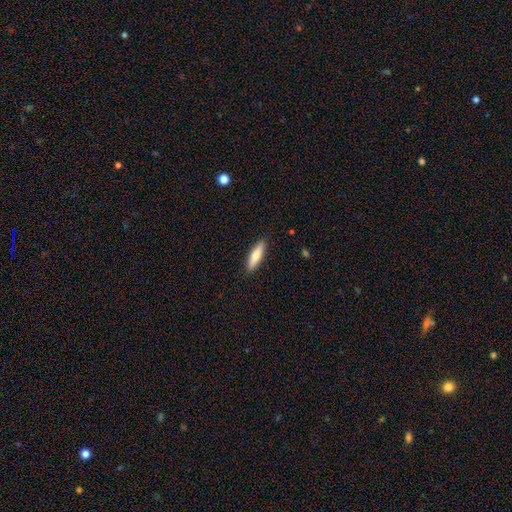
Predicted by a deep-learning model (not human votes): smooth-or-featured: smooth: 69% | featured or disk: 25% | star or artifact: 6%
  how-rounded: cigar-shaped: 72% | in between: 27% | round: 2%
  merging: none: 89% | minor disturbance: 8% | major disturbance: 2% | merger: 1%